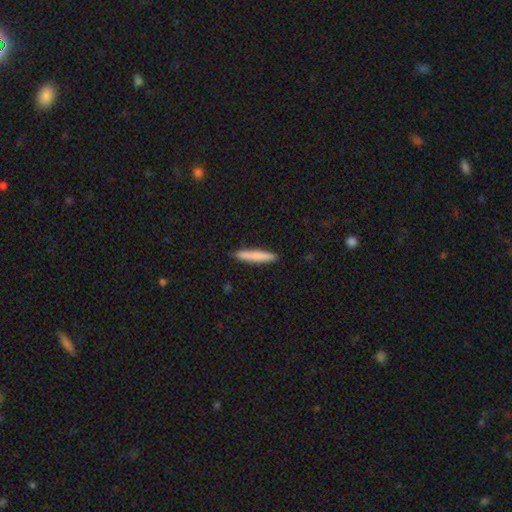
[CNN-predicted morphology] smooth-or-featured: smooth: 80% | featured or disk: 15% | star or artifact: 6%
  how-rounded: cigar-shaped: 93% | in between: 5% | round: 1%
  merging: none: 90% | minor disturbance: 8% | major disturbance: 1% | merger: 1%